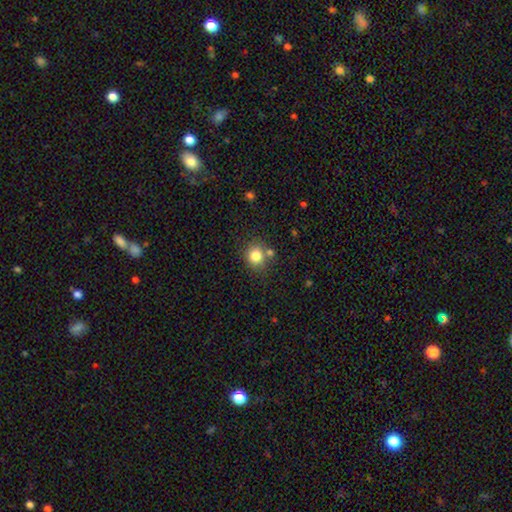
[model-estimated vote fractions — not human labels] smooth 81%, star or artifact 11%, featured or disk 8%. Down the decision tree: how rounded — round (80%); merging — none (70%).